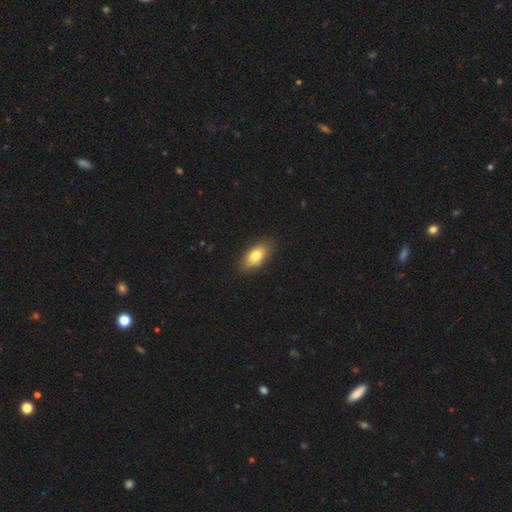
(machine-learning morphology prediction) Smooth or featured: smooth — 78% (featured or disk — 15%)
How rounded: in between — 89% (round — 6%)
Merging: none — 86% (minor disturbance — 11%)